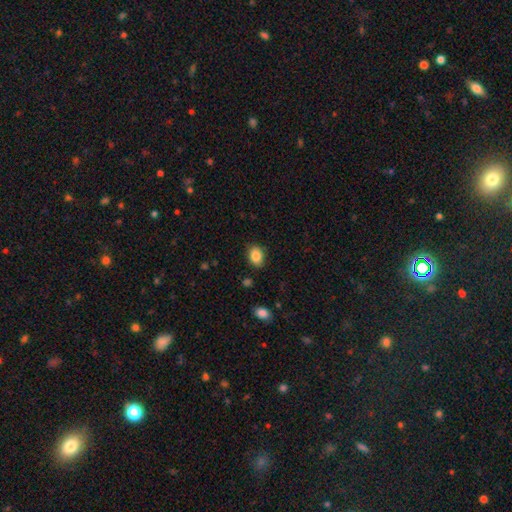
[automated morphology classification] smooth 86%, star or artifact 9%, featured or disk 5%. Down the decision tree: how rounded — in between (73%); merging — none (85%).